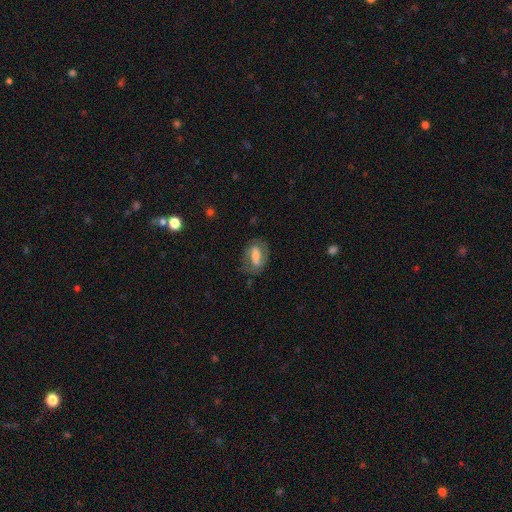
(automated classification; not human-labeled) Smooth or featured?
  - smooth: 50% *
  - featured or disk: 42%
  - star or artifact: 8%
How rounded?
  - in between: 82% *
  - round: 9%
  - cigar-shaped: 9%
Merging?
  - none: 64% *
  - minor disturbance: 22%
  - major disturbance: 13%
  - merger: 2%